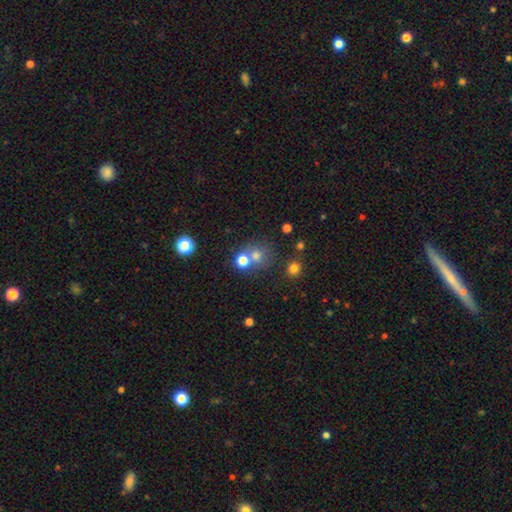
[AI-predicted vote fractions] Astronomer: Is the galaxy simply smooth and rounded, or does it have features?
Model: smooth — 66%.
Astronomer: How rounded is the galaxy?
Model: round — 84%.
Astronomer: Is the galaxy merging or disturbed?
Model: none — 55% (runner-up: merger, 32%).